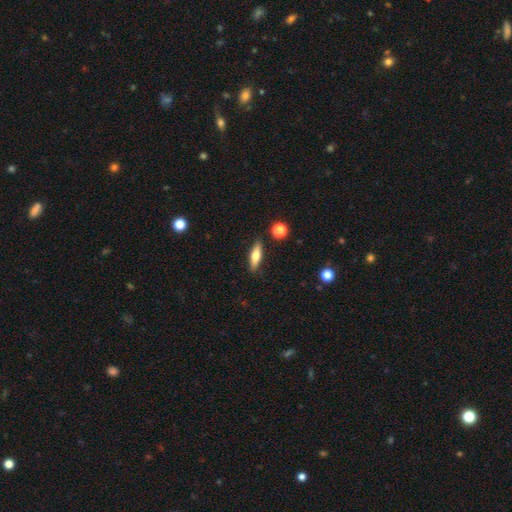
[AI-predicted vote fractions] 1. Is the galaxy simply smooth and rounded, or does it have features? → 60% smooth, 33% featured or disk, 7% star or artifact.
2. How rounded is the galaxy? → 57% cigar-shaped, 40% in between, 3% round.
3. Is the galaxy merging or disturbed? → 87% none, 9% minor disturbance, 2% merger, 2% major disturbance.